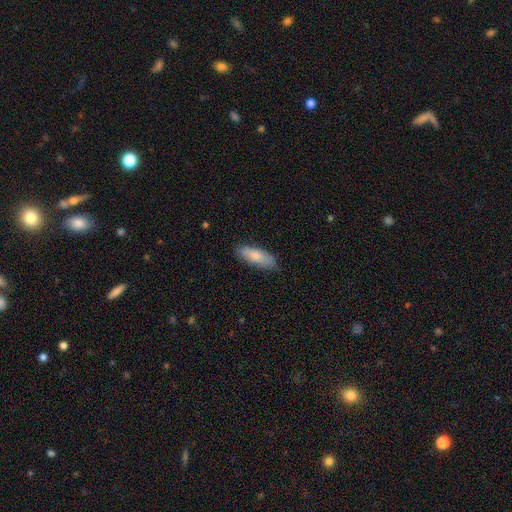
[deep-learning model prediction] smooth_or_featured: smooth (p=0.80) [alt: featured or disk p=0.14]
how_rounded: in between (p=0.62) [alt: cigar-shaped p=0.36]
merging: none (p=0.82) [alt: minor disturbance p=0.14]